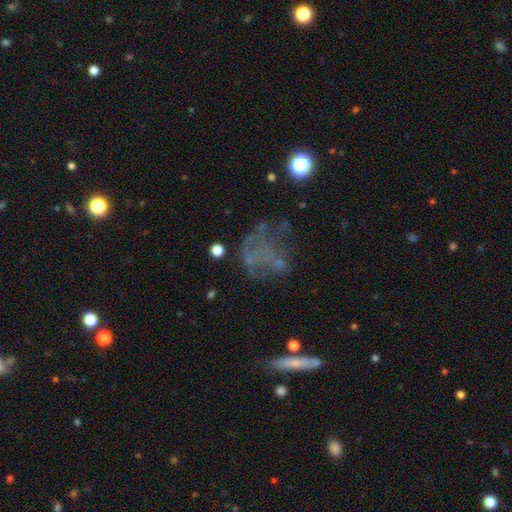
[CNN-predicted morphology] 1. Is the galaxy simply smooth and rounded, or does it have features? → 47% featured or disk, 30% smooth, 23% star or artifact.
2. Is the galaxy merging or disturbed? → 40% none, 33% major disturbance, 18% minor disturbance, 8% merger.